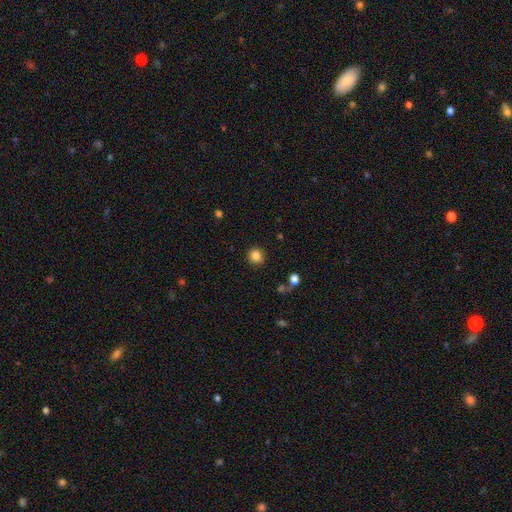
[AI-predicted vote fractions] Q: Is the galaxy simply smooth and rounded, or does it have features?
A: smooth — 84%.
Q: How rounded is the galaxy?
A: round — 91%.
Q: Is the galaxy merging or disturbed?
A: none — 90%.